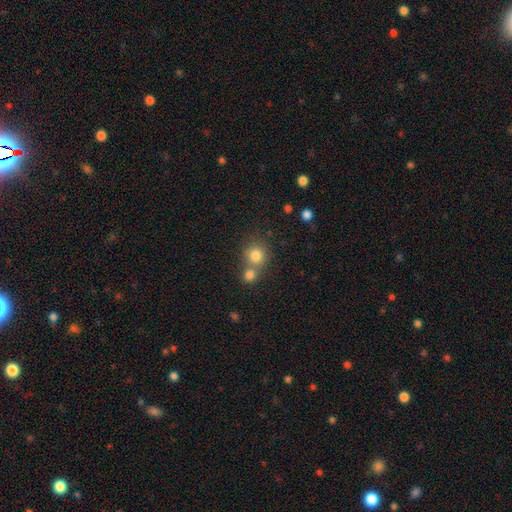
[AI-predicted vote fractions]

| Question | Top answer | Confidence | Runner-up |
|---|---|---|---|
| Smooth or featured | smooth | 79% | star or artifact (12%) |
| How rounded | round | 87% | in between (12%) |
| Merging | none | 49% | merger (42%) |